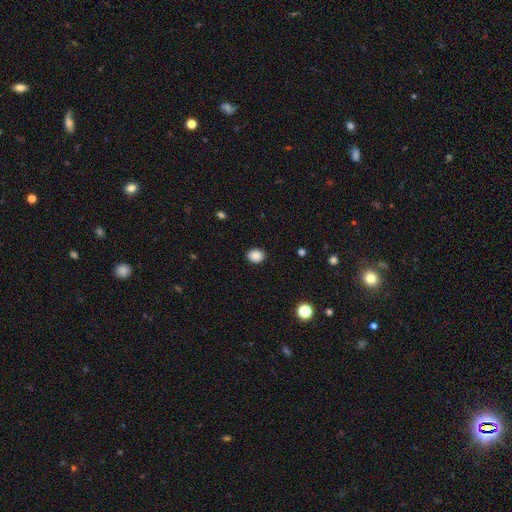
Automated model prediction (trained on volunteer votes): This appears to be a smooth galaxy with no disk features (88%) that is round (62%). Merging: none (90%).